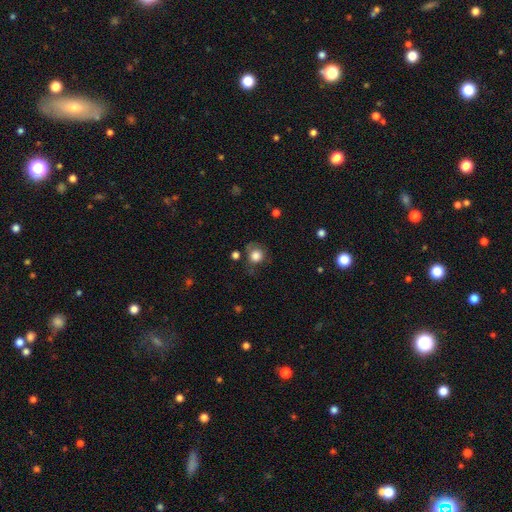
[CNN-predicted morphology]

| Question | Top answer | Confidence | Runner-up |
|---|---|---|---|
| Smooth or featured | smooth | 81% | star or artifact (10%) |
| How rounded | round | 85% | in between (14%) |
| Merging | none | 61% | minor disturbance (23%) |